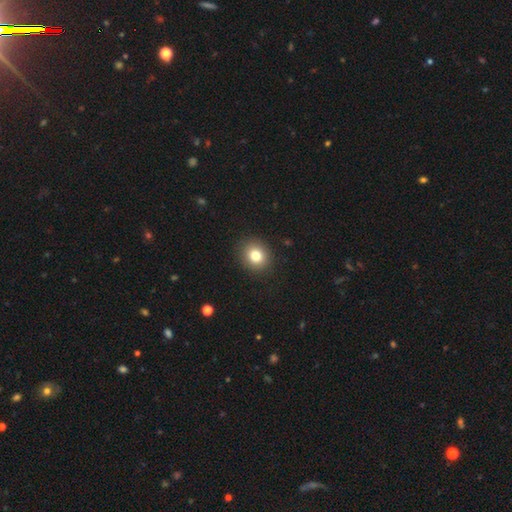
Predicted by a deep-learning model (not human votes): Smooth or featured? smooth (81%)
How rounded? round (77%)
Merging? none (90%)